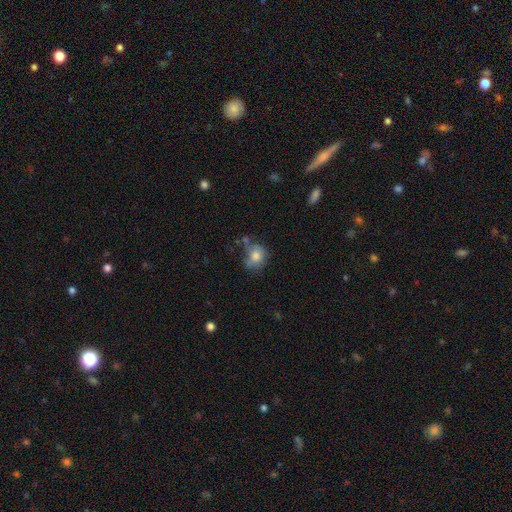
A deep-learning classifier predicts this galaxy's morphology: Smooth or featured?
  - smooth: 74% *
  - featured or disk: 16%
  - star or artifact: 9%
How rounded?
  - round: 67% *
  - in between: 32%
  - cigar-shaped: 1%
Merging?
  - none: 51% *
  - minor disturbance: 26%
  - major disturbance: 11%
  - merger: 11%